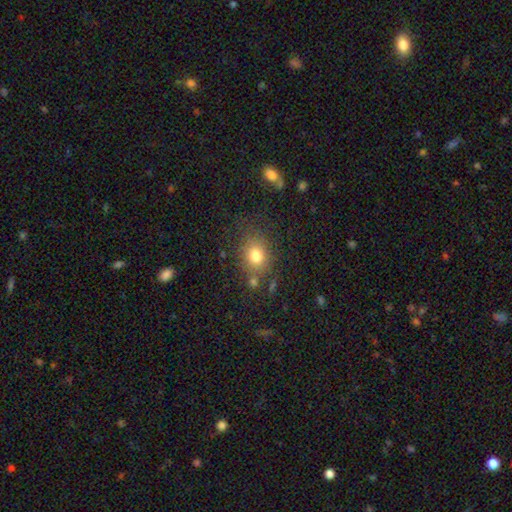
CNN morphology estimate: This appears to be a smooth galaxy with no disk features (78%) that is round (56%). Merging: none (73%).